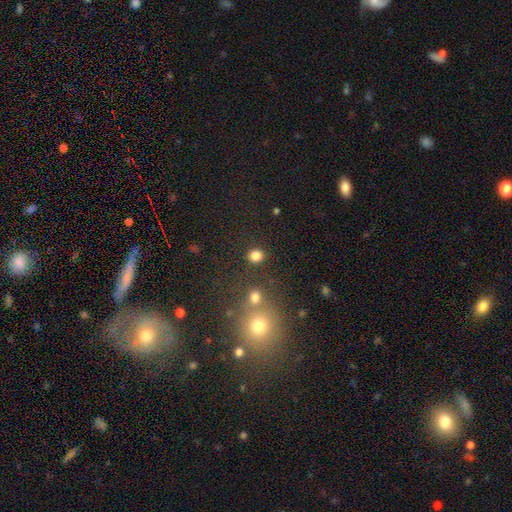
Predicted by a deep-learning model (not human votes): smooth 82%, star or artifact 13%, featured or disk 5%. Down the decision tree: how rounded — round (78%); merging — none (84%).